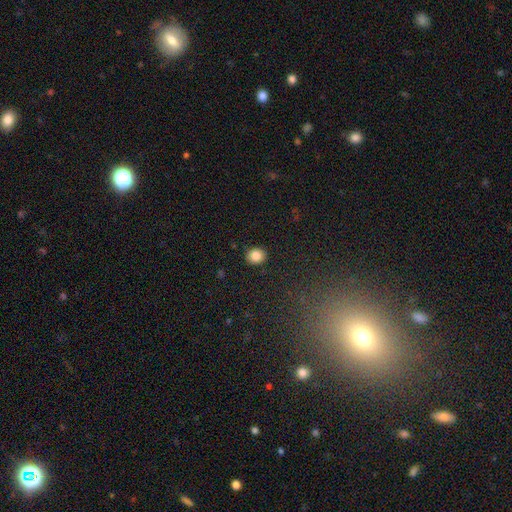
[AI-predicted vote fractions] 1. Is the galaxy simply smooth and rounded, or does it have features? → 84% smooth, 10% star or artifact, 6% featured or disk.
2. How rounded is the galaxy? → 73% round, 26% in between, 1% cigar-shaped.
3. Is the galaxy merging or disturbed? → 91% none, 6% minor disturbance, 2% major disturbance, 1% merger.